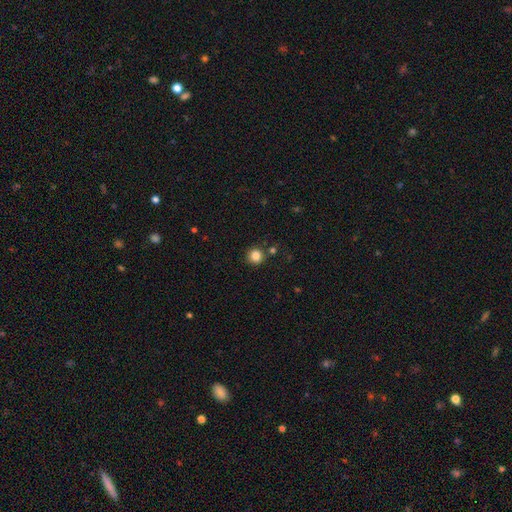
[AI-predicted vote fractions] This appears to be a smooth galaxy with no disk features (84%) that is round (93%). Merging: none (86%).